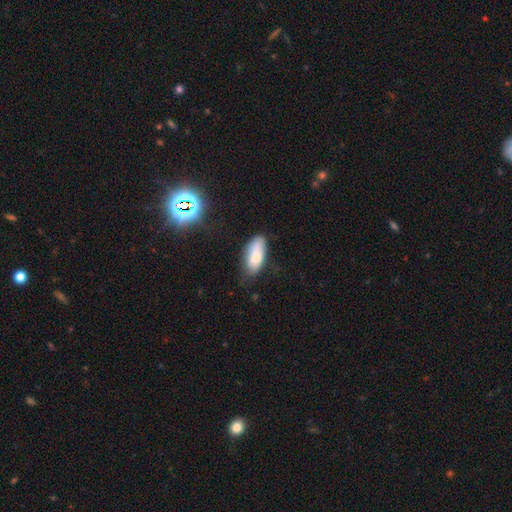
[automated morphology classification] This is clearly a smooth galaxy (80%). How rounded: clearly in between (86%). Merging: likely none (61%).